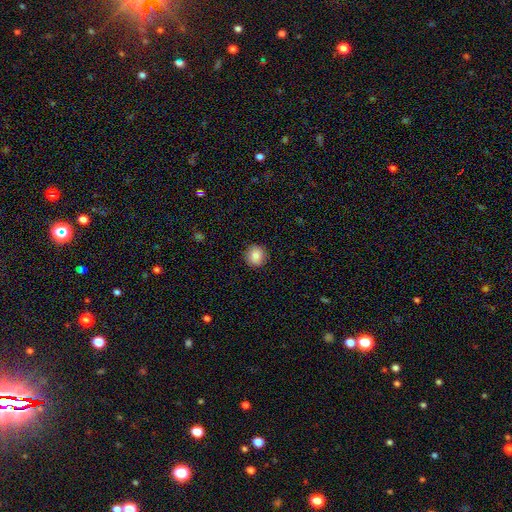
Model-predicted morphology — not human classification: This is clearly a smooth galaxy (83%). How rounded: clearly round (90%). Merging: clearly none (89%).